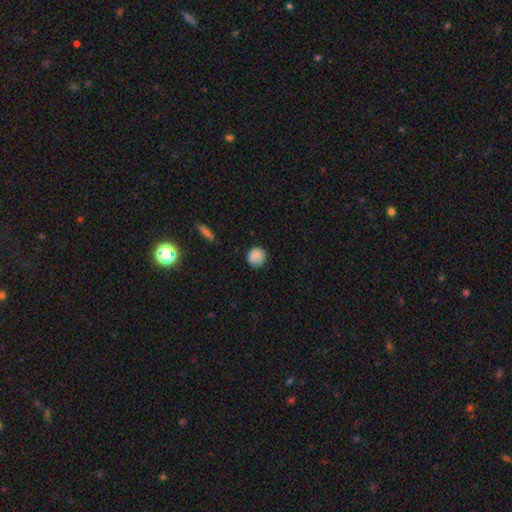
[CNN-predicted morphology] type=smooth (87%); roundness=round (92%); merging=none (82%).